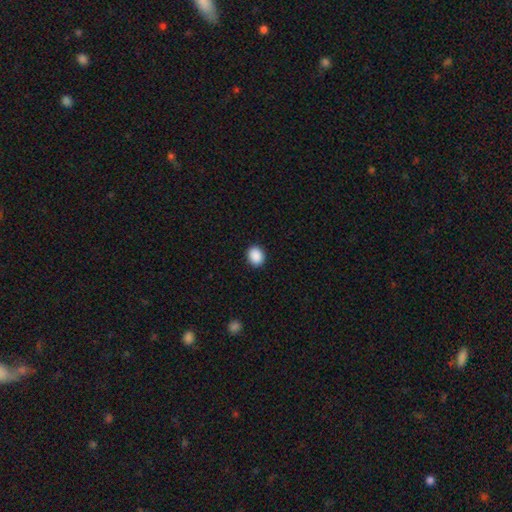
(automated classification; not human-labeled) A smooth galaxy with no disk features (90%) that is round (57%).

Vote fractions:
- Smooth or featured? smooth: 90% / star or artifact: 8% / featured or disk: 2%
- How rounded? round: 57% / in between: 42% / cigar-shaped: 1%
- Merging? none: 91% / minor disturbance: 6% / major disturbance: 2% / merger: 1%